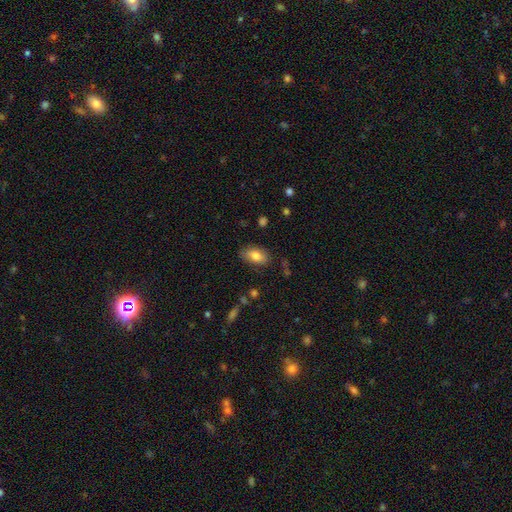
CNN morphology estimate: Smooth or featured? Predicted: smooth (p=0.80). How rounded? Predicted: in between (p=0.91). Merging? Predicted: none (p=0.80).